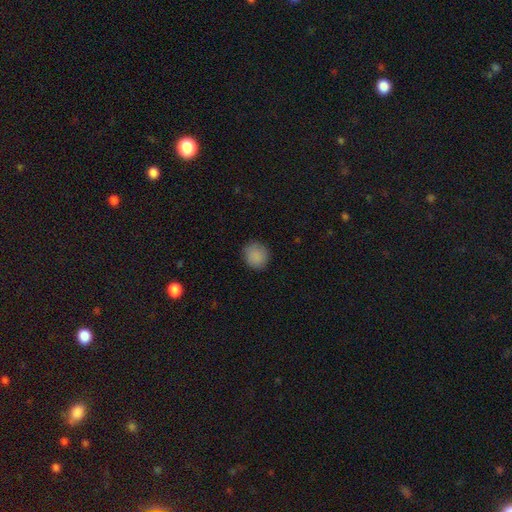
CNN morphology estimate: This appears to be a smooth galaxy with no disk features (88%) that is round (87%). Merging: none (87%).